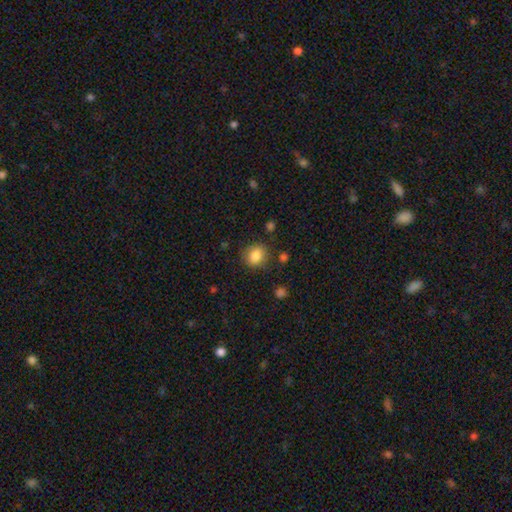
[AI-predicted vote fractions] The model was most divided on "how rounded": round: 72%, in between: 27%, cigar-shaped: 1%. More confident: smooth or featured — smooth (85%); merging — none (81%).